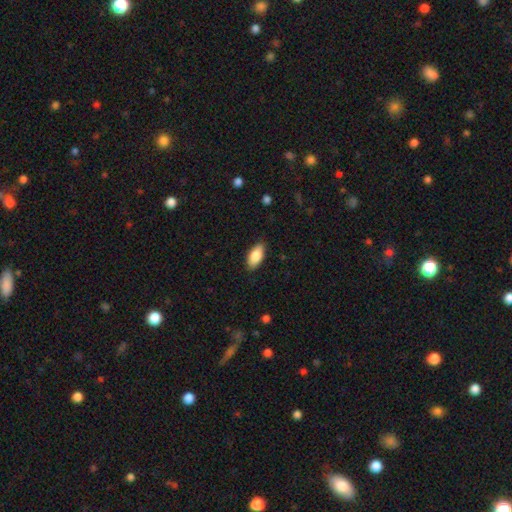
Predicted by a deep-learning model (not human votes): smooth-or-featured: smooth: 84% | featured or disk: 9% | star or artifact: 6%
  how-rounded: in between: 90% | cigar-shaped: 7% | round: 2%
  merging: none: 87% | minor disturbance: 10% | major disturbance: 2% | merger: 1%